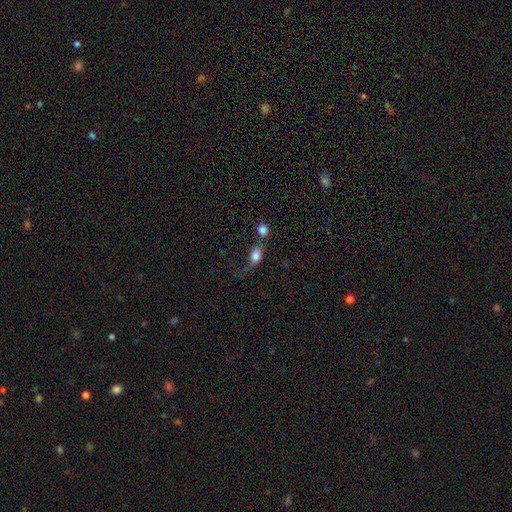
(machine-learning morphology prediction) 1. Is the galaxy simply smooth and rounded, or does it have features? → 77% smooth, 13% featured or disk, 10% star or artifact.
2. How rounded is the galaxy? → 62% in between, 34% round, 4% cigar-shaped.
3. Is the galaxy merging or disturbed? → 39% merger, 25% none, 21% major disturbance, 15% minor disturbance.